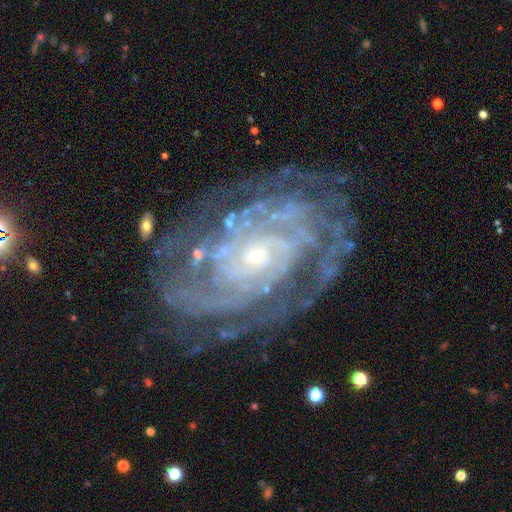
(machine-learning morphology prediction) Overall: featured or disk (90%). Edge-on disk: no (97%). Bar: no (71%). Spiral arms: yes (97%). Spiral arm count: can't tell (29%; 4 18%). Spiral winding: tight (76%). Bulge size: small (72%). Merging: none (74%).